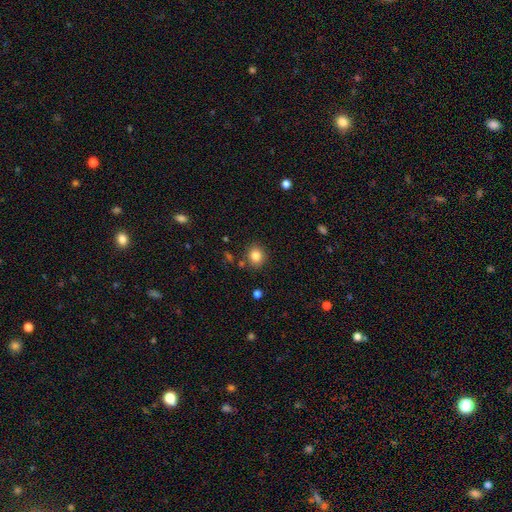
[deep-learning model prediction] This is clearly a smooth galaxy (82%). How rounded: likely round (79%). Merging: clearly none (85%).